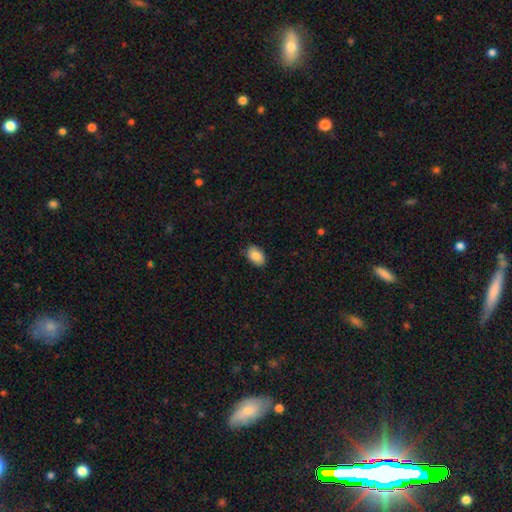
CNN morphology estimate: Smooth or featured? Predicted: smooth (p=0.87). How rounded? Predicted: in between (p=0.87). Merging? Predicted: none (p=0.84).